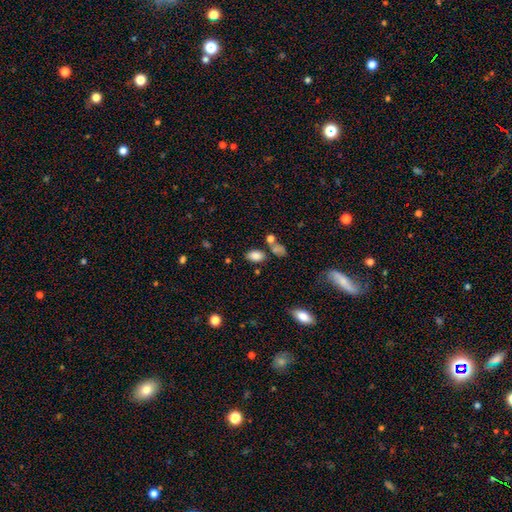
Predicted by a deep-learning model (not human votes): A smooth galaxy with no disk features (83%) that is in between round and cigar-shaped (89%).

Vote fractions:
- Smooth or featured? smooth: 83% / star or artifact: 10% / featured or disk: 7%
- How rounded? in between: 89% / round: 9% / cigar-shaped: 2%
- Merging? none: 67% / merger: 14% / minor disturbance: 14% / major disturbance: 5%